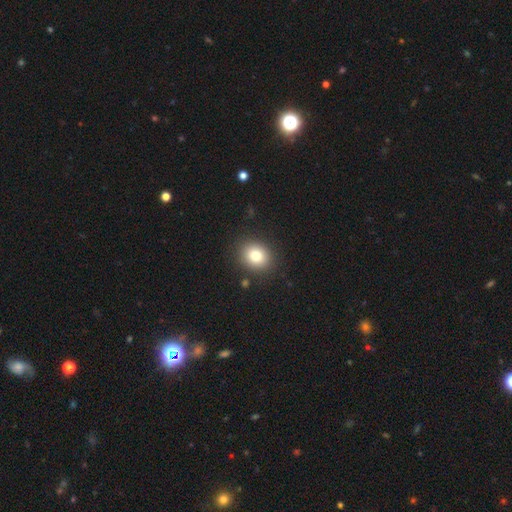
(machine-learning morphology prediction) This appears to be a smooth galaxy with no disk features (81%) that is round (68%). Merging: none (88%).